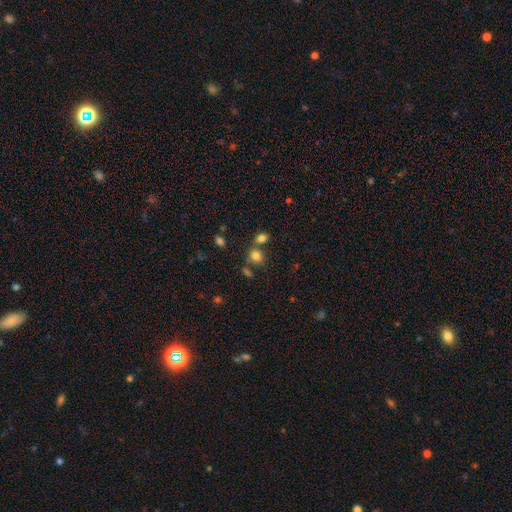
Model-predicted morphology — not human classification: A smooth galaxy with no disk features (79%) that is round (58%).

Vote fractions:
- Smooth or featured? smooth: 79% / star or artifact: 13% / featured or disk: 8%
- How rounded? round: 58% / in between: 40% / cigar-shaped: 1%
- Merging? none: 56% / merger: 26% / minor disturbance: 12% / major disturbance: 5%